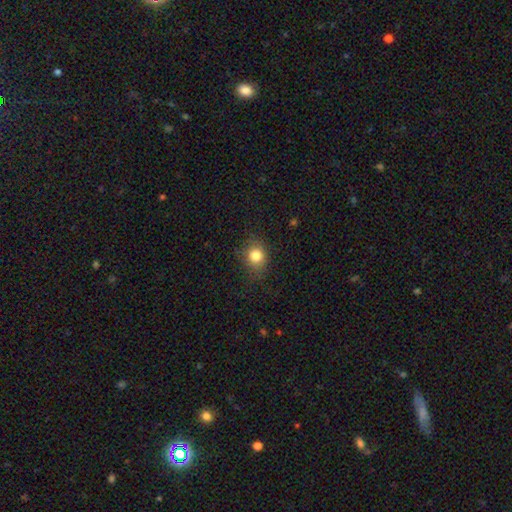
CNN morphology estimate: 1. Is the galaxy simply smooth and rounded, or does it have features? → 81% smooth, 12% star or artifact, 7% featured or disk.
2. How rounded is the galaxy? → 71% round, 28% in between, 1% cigar-shaped.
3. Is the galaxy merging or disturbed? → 79% none, 15% minor disturbance, 5% major disturbance, 1% merger.